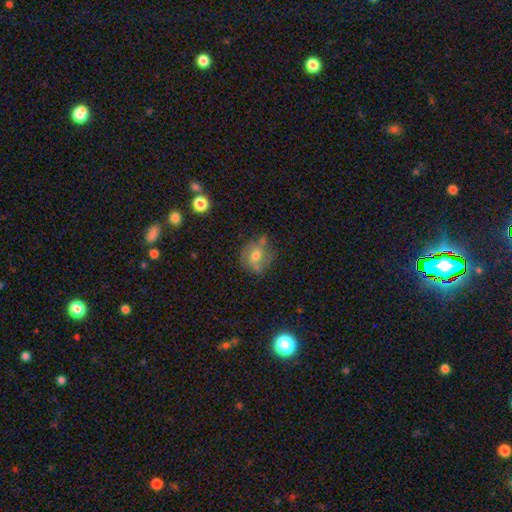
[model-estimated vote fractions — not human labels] Morphology: type=smooth (49%); merging=none (56%).